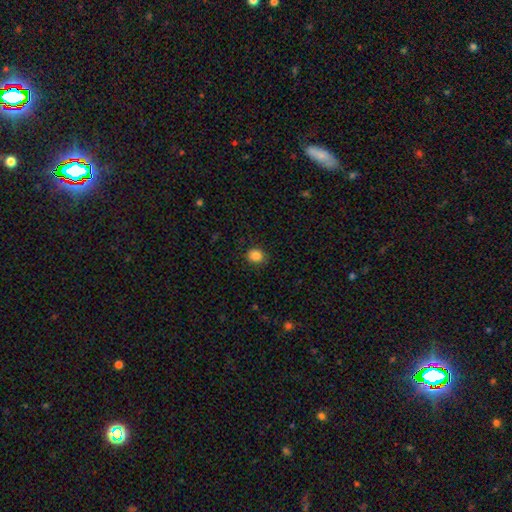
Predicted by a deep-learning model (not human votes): Morphology: type=smooth (86%); roundness=round (73%); merging=none (88%).